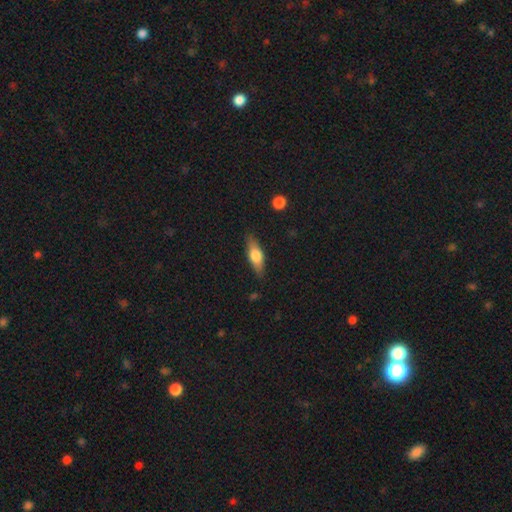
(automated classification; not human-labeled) This appears to be a smooth galaxy with no disk features (57%) that is in between round and cigar-shaped (56%). Merging: none (83%).